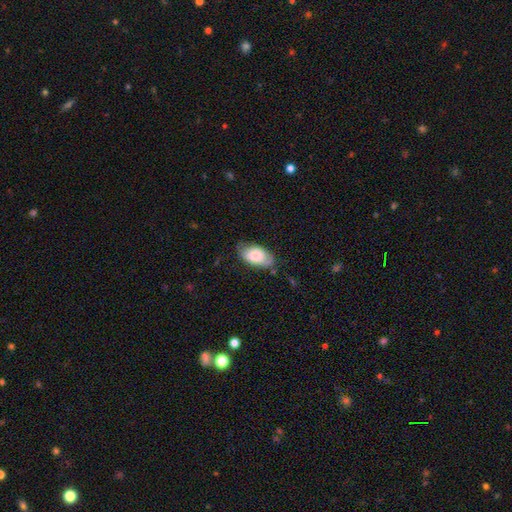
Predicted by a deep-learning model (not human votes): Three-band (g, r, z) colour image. It shows a smooth galaxy with no disk features (75%) that is in between round and cigar-shaped (94%). Merging: none (64%).